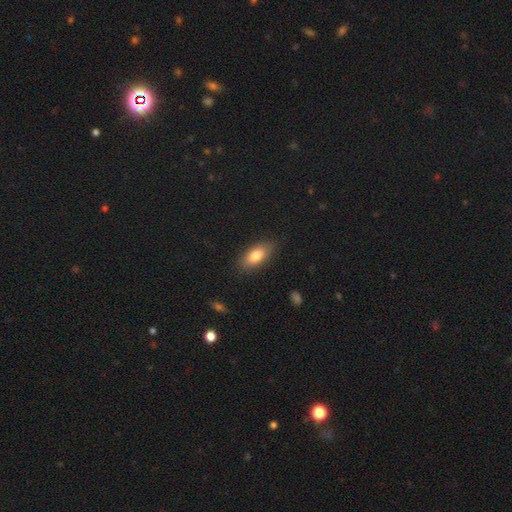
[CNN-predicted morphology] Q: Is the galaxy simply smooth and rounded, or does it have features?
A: smooth — 81%.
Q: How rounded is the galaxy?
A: in between — 85%.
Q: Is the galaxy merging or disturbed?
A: none — 84%.